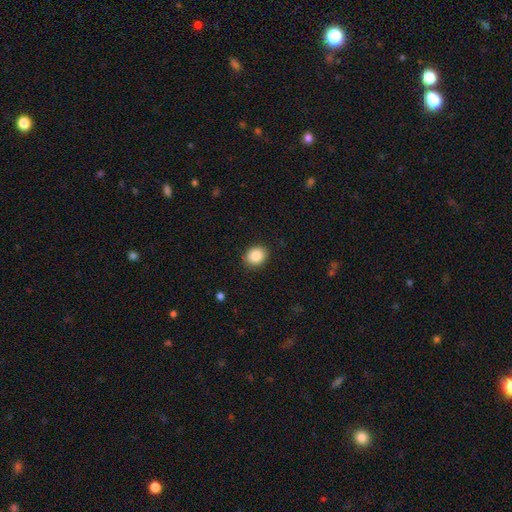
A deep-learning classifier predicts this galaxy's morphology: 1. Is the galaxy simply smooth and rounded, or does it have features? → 88% smooth, 8% star or artifact, 4% featured or disk.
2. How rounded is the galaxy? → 59% round, 41% in between, 1% cigar-shaped.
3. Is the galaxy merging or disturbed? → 88% none, 8% minor disturbance, 2% major disturbance, 1% merger.